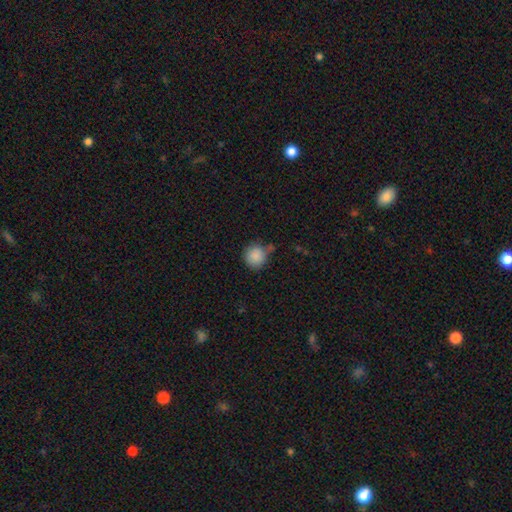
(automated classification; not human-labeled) This appears to be a smooth galaxy with no disk features (87%) that is round (89%). Merging: none (61%).